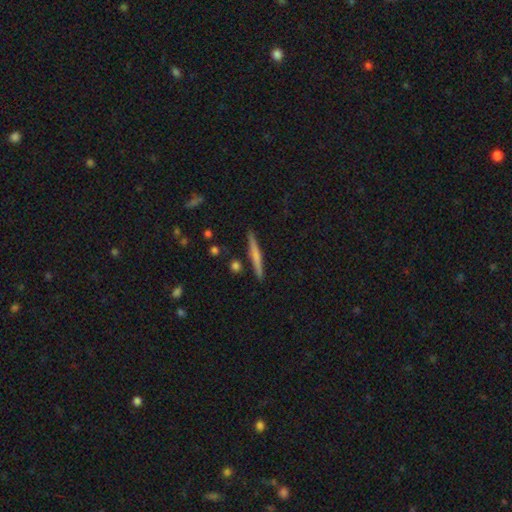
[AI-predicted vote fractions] This is possibly a smooth galaxy (54%). How rounded: clearly cigar-shaped (95%). Merging: clearly none (88%).